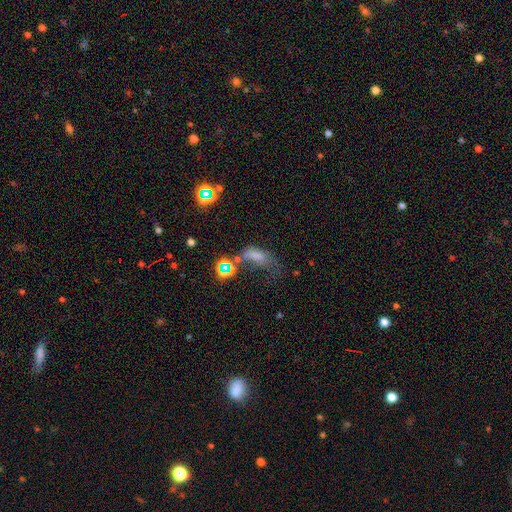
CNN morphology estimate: This appears to be a smooth galaxy with no disk features (57%) that is in between round and cigar-shaped (75%). Merging: major disturbance (43%).